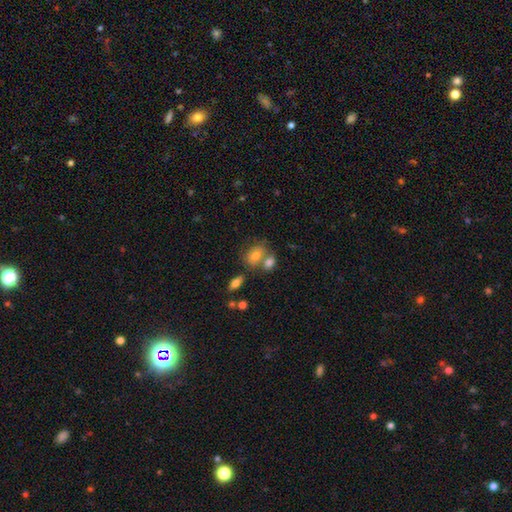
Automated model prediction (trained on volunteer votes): Smooth or featured? Predicted: smooth (p=0.71). How rounded? Predicted: in between (p=0.64). Merging? Predicted: none (p=0.48).